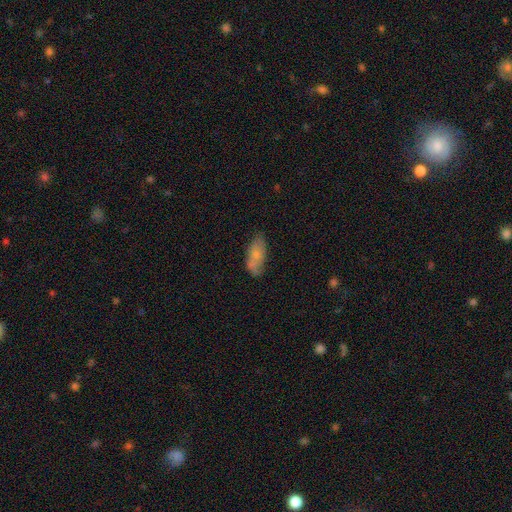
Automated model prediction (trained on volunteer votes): smooth 66%, featured or disk 27%, star or artifact 7%. Down the decision tree: how rounded — in between (85%); merging — none (56%).